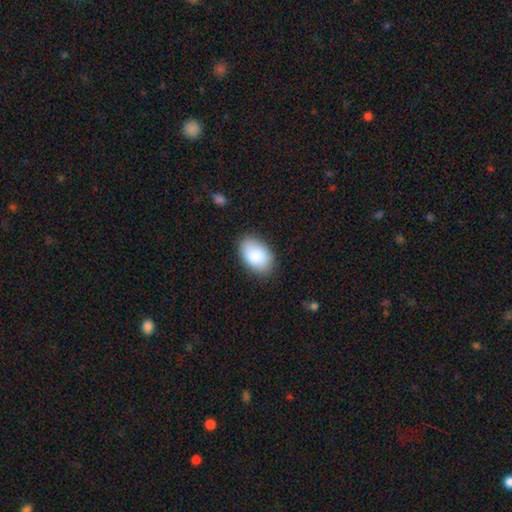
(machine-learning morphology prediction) Smooth or featured?
  - smooth: 86% *
  - featured or disk: 7%
  - star or artifact: 7%
How rounded?
  - in between: 90% *
  - round: 9%
  - cigar-shaped: 1%
Merging?
  - none: 80% *
  - minor disturbance: 15%
  - major disturbance: 4%
  - merger: 1%